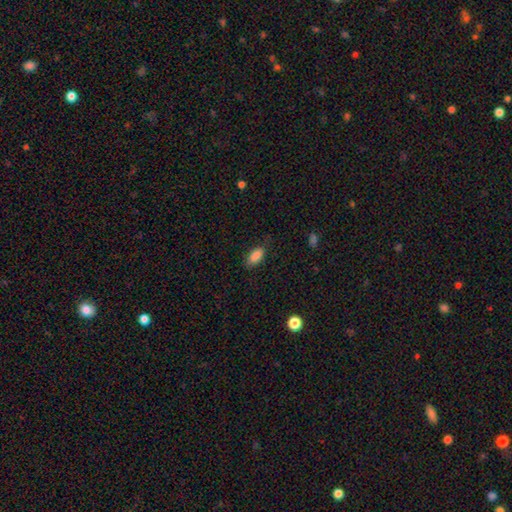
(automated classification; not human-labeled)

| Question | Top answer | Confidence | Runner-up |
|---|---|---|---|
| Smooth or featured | smooth | 87% | star or artifact (8%) |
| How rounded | in between | 89% | cigar-shaped (8%) |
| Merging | none | 77% | minor disturbance (18%) |